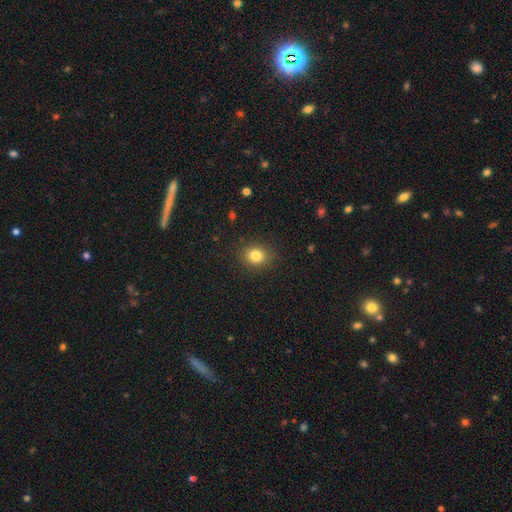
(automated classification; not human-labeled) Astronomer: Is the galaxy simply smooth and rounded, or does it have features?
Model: smooth — 82%.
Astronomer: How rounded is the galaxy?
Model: round — 66%.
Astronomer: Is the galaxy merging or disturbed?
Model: none — 88%.